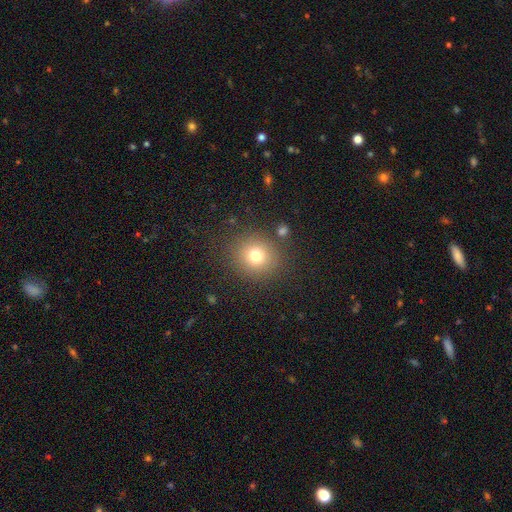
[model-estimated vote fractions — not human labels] This appears to be a smooth galaxy with no disk features (75%) that is round (88%). Merging: none (85%).